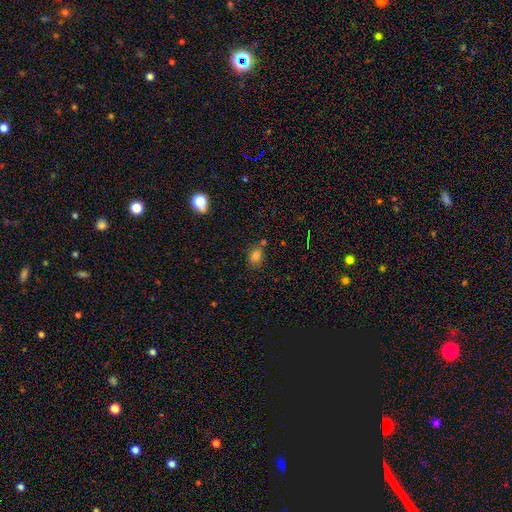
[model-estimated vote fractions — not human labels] This appears to be a smooth galaxy with no disk features (79%) that is in between round and cigar-shaped (56%). Merging: none (71%).